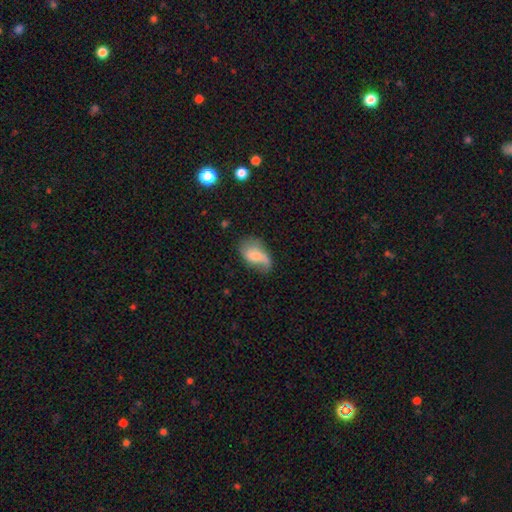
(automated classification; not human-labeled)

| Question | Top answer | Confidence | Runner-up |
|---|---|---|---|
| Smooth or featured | smooth | 51% | featured or disk (41%) |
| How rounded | in between | 89% | round (9%) |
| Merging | none | 47% | minor disturbance (33%) |